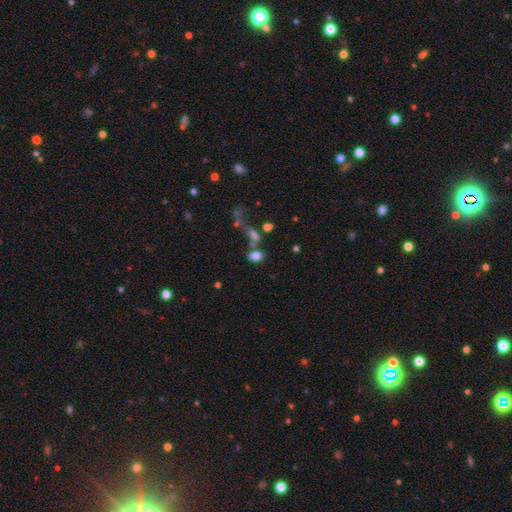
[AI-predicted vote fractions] Q: Smooth or featured?
A: smooth (78%); runner-up: star or artifact (12%)
Q: How rounded?
A: in between (82%); runner-up: round (16%)
Q: Merging?
A: none (45%); runner-up: merger (34%)